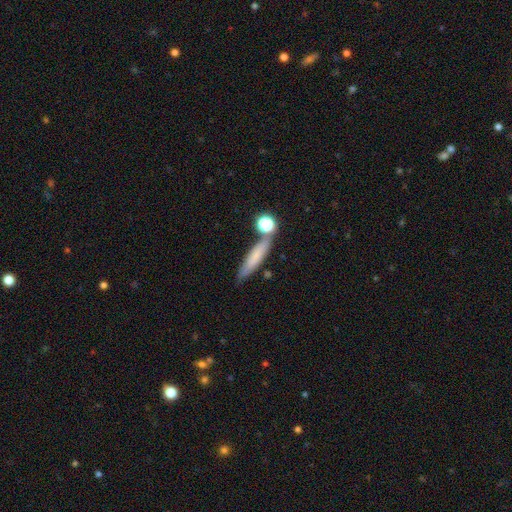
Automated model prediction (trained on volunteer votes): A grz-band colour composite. It shows a smooth galaxy with no disk features (68%) that is cigar-shaped (80%). Merging: none (67%).